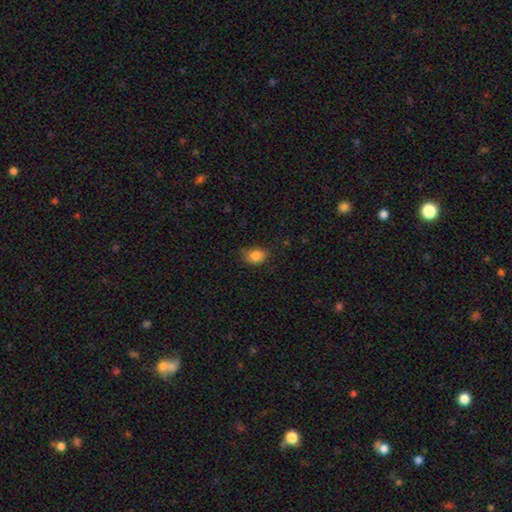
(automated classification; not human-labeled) Smooth or featured? smooth (85%)
How rounded? in between (70%)
Merging? none (76%)